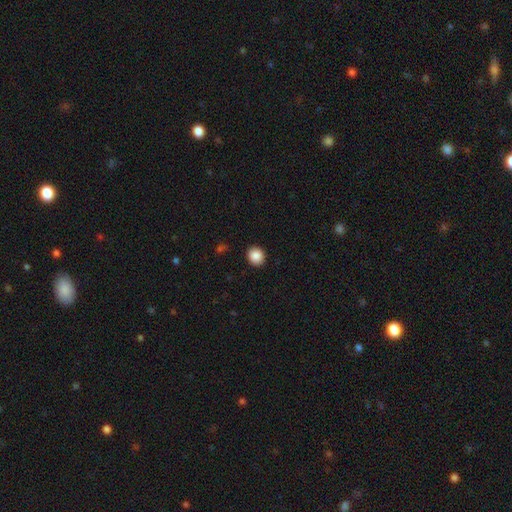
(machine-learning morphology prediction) smooth 88%, star or artifact 9%, featured or disk 3%. Down the decision tree: how rounded — round (79%); merging — none (91%).